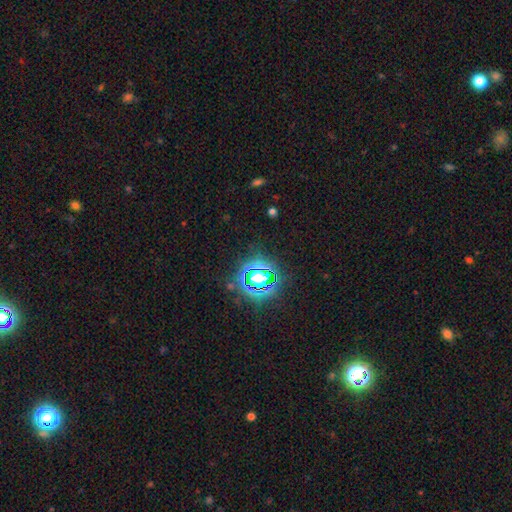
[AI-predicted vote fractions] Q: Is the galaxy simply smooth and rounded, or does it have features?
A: star or artifact — 81%.